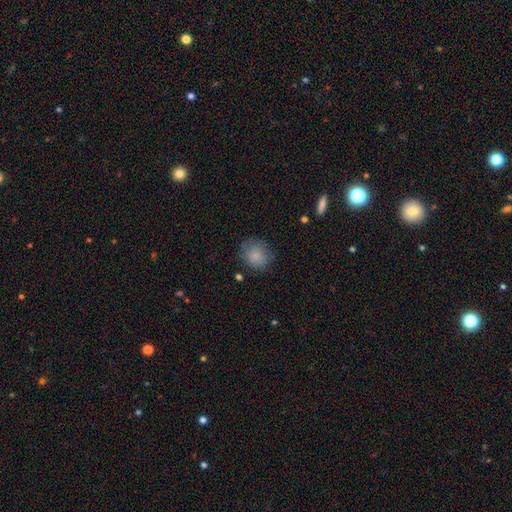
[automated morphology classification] smooth 85%, star or artifact 9%, featured or disk 7%. Down the decision tree: how rounded — round (79%); merging — none (74%).